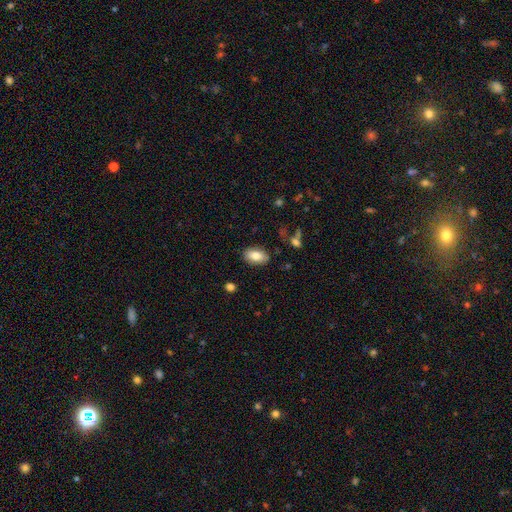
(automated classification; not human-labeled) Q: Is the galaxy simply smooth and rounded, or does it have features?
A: smooth — 82%.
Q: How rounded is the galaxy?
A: in between — 92%.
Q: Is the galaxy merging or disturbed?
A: none — 86%.